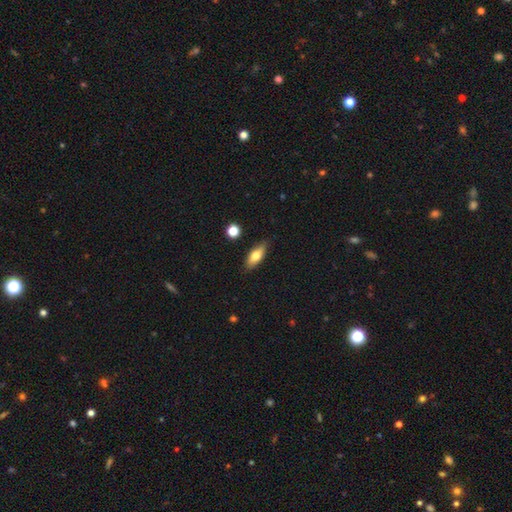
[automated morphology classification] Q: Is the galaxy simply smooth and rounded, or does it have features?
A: smooth — 69%.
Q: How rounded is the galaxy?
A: in between — 72%.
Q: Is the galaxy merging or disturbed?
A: none — 85%.